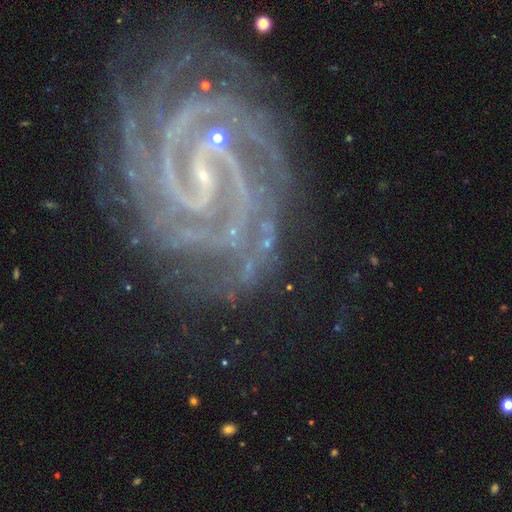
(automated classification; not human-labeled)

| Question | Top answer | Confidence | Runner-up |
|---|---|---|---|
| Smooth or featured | featured or disk | 92% | star or artifact (5%) |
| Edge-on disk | no | 98% | yes (2%) |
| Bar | strong | 43% | weak (38%) |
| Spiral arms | yes | 99% | no (1%) |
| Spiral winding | tight | 62% | medium (33%) |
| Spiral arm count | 2 | 63% | 3 (11%) |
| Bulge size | small | 83% | none (8%) |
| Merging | none | 70% | minor disturbance (17%) |